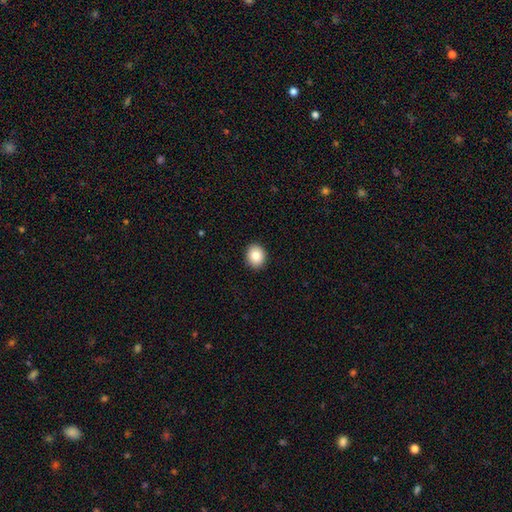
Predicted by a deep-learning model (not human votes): Morphology: type=smooth (85%); roundness=round (62%); merging=none (91%).